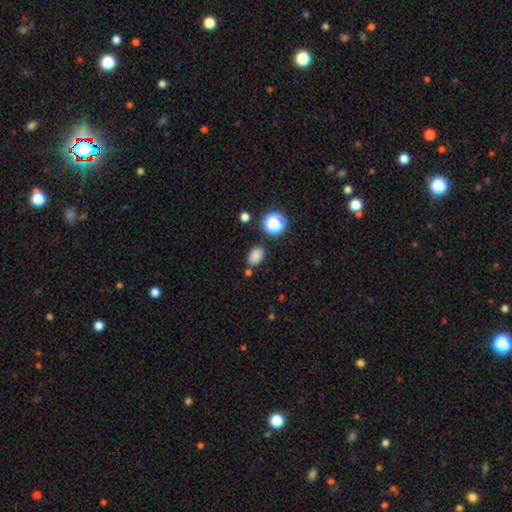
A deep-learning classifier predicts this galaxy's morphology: smooth 82%, star or artifact 13%, featured or disk 5%. Down the decision tree: how rounded — in between (79%); merging — none (77%).